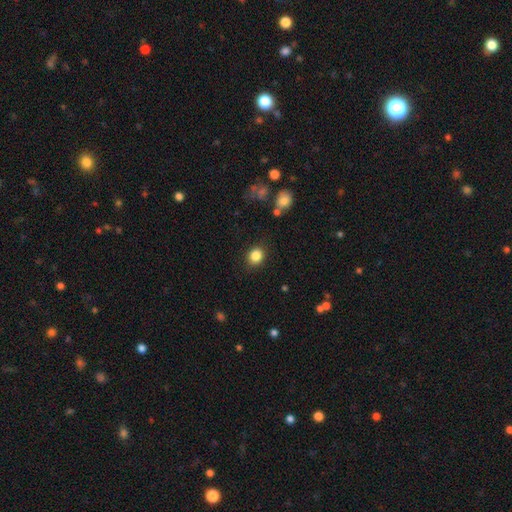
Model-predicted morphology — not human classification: The model was most divided on "how rounded": round: 69%, in between: 30%, cigar-shaped: 1%. More confident: merging — none (87%); smooth or featured — smooth (85%).